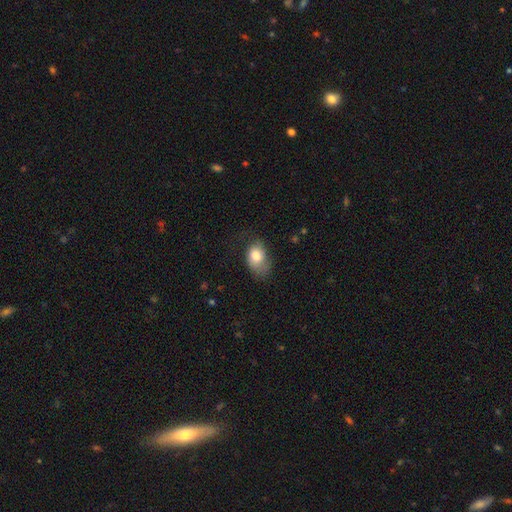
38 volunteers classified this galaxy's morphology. A smooth galaxy with no disk features (87%) that is in between round and cigar-shaped (85%).

Vote fractions:
- Smooth or featured? smooth: 87% / star or artifact: 8% / featured or disk: 5%
- How rounded? in between: 85% / round: 15% / cigar-shaped: 0%
- Merging? minor disturbance: 43% / none: 37% / major disturbance: 20% / merger: 0%